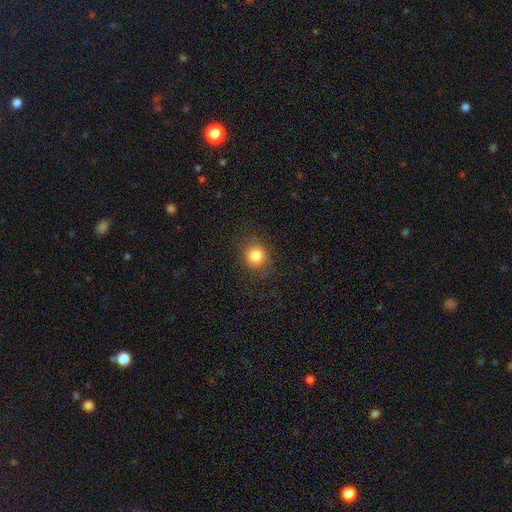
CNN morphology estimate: The model was most divided on "smooth or featured": smooth: 83%, star or artifact: 11%, featured or disk: 6%. More confident: how rounded — round (87%); merging — none (85%).